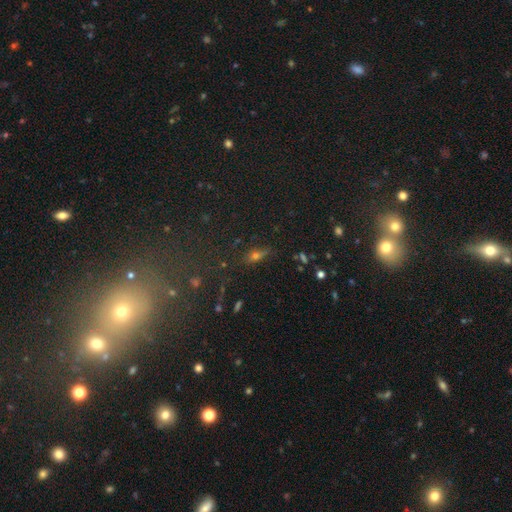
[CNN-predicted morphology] Smooth or featured? smooth (41%)
Merging? none (74%)